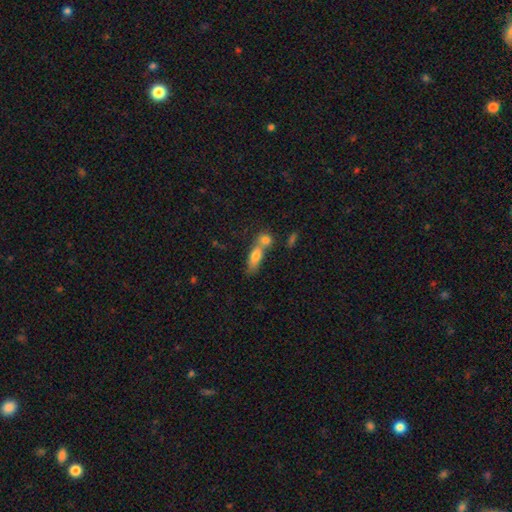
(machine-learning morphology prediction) Overall: smooth (75%). How rounded: in between (66%; cigar-shaped 28%). Merging: merger (55%; none 31%).